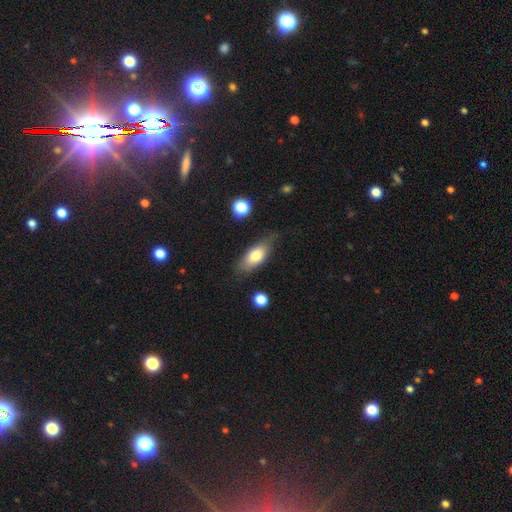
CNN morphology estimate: Smooth or featured: smooth — 72% (featured or disk — 21%)
How rounded: in between — 78% (cigar-shaped — 18%)
Merging: none — 67% (minor disturbance — 24%)